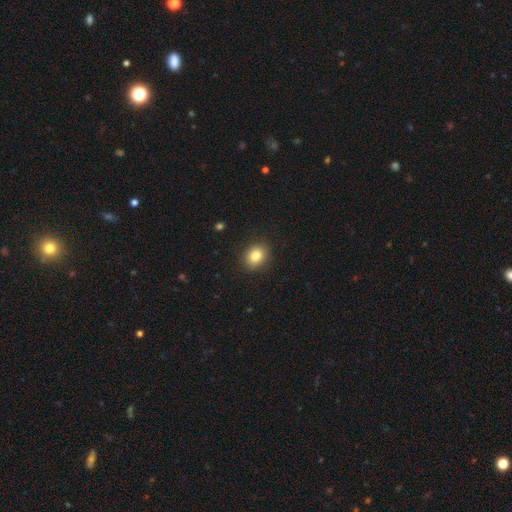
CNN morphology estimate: smooth_or_featured: smooth (p=0.84) [alt: star or artifact p=0.10]
how_rounded: round (p=0.55) [alt: in between p=0.44]
merging: none (p=0.88) [alt: minor disturbance p=0.08]